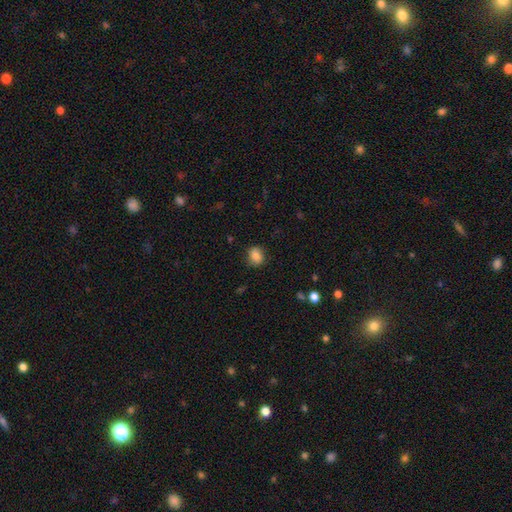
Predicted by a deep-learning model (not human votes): Morphology: type=smooth (83%); roundness=round (54%); merging=none (84%).